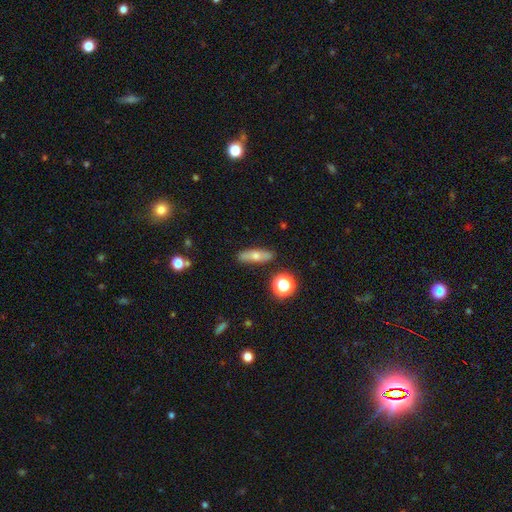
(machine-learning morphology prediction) The model was most divided on "how rounded": cigar-shaped: 54%, in between: 39%, round: 7%. More confident: merging — none (87%); smooth or featured — smooth (57%).